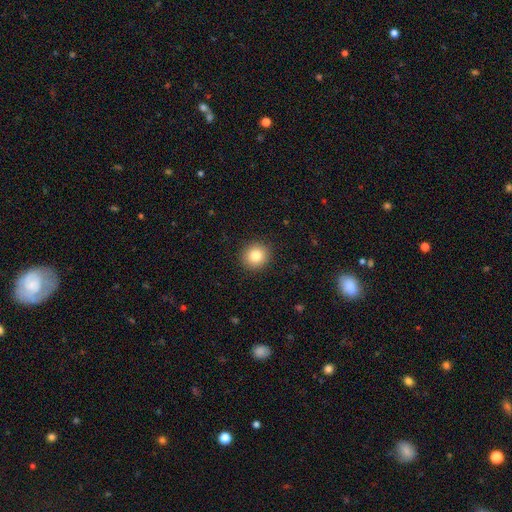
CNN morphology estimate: smooth_or_featured: smooth (p=0.82) [alt: star or artifact p=0.10]
how_rounded: round (p=0.91) [alt: in between p=0.08]
merging: none (p=0.92) [alt: minor disturbance p=0.05]